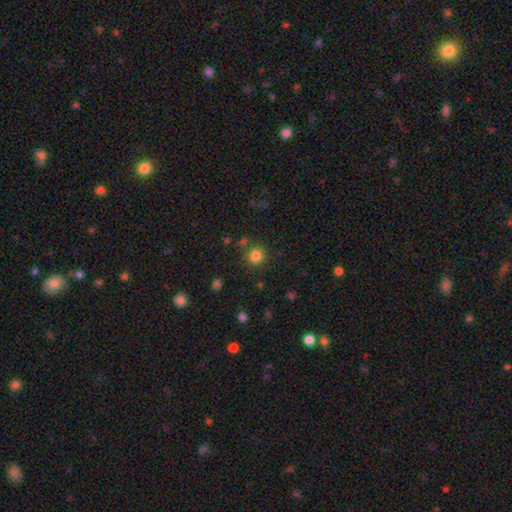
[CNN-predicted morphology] smooth 82%, star or artifact 13%, featured or disk 5%. Down the decision tree: how rounded — round (92%); merging — none (81%).